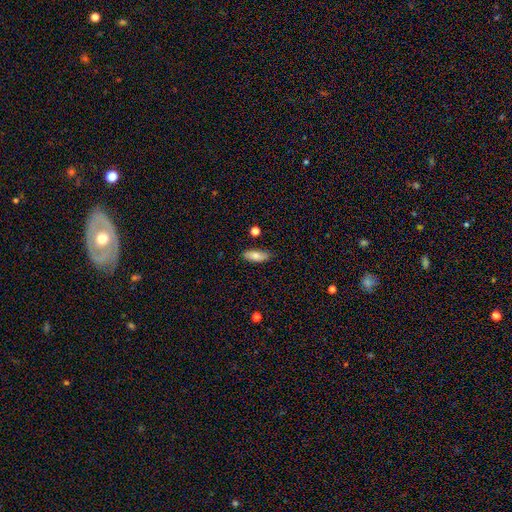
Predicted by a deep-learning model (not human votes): This appears to be a smooth galaxy with no disk features (77%) that is in between round and cigar-shaped (79%). Merging: none (83%).